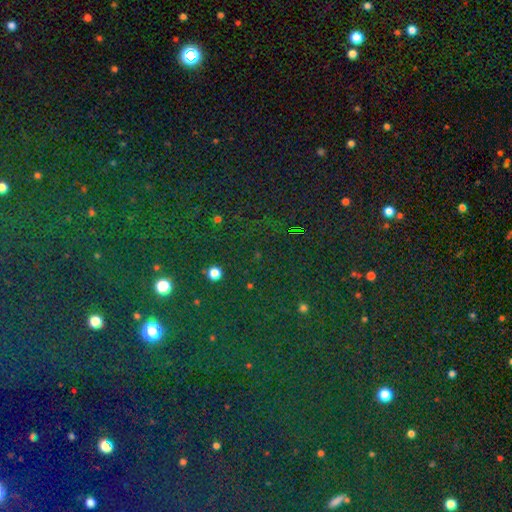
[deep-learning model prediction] Smooth or featured: star or artifact — 81% (smooth — 12%)